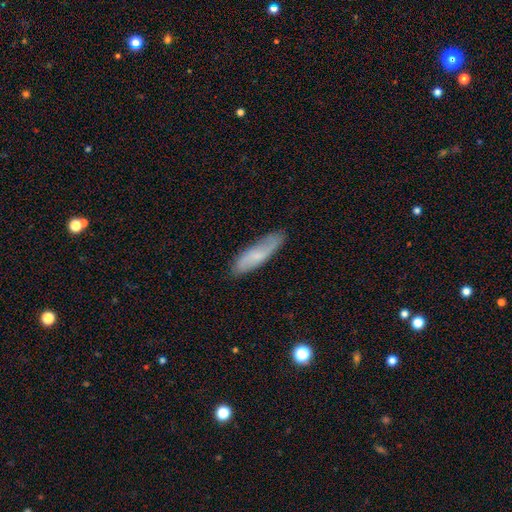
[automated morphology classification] A smooth galaxy with no disk features (56%) that is cigar-shaped (59%).

Vote fractions:
- Smooth or featured? smooth: 56% / featured or disk: 37% / star or artifact: 7%
- How rounded? cigar-shaped: 59% / in between: 39% / round: 2%
- Merging? none: 78% / minor disturbance: 17% / major disturbance: 3% / merger: 1%